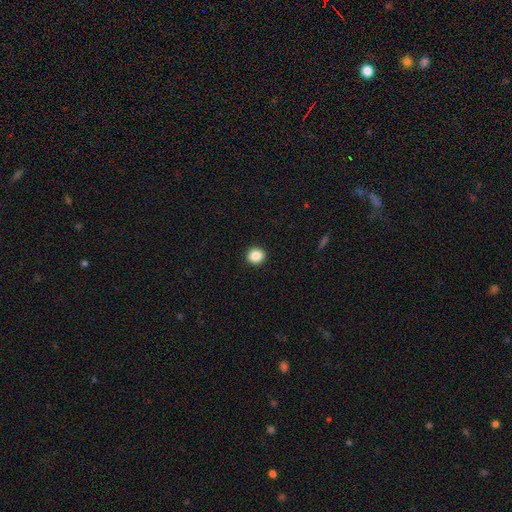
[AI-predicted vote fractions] Smooth or featured?
  - smooth: 87% *
  - star or artifact: 10%
  - featured or disk: 4%
How rounded?
  - round: 88% *
  - in between: 11%
  - cigar-shaped: 1%
Merging?
  - none: 93% *
  - minor disturbance: 5%
  - major disturbance: 2%
  - merger: 1%